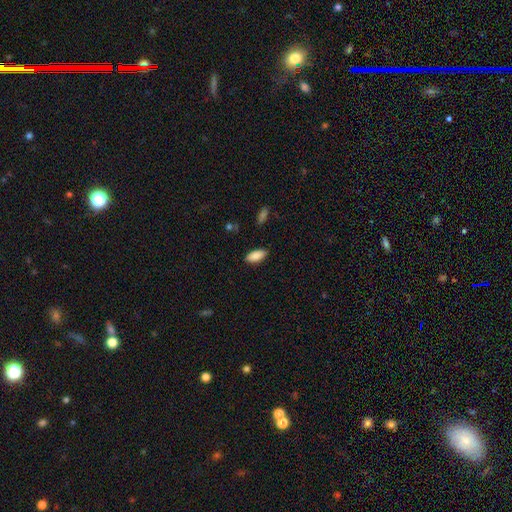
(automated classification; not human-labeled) smooth 88%, star or artifact 7%, featured or disk 5%. Down the decision tree: how rounded — in between (87%); merging — none (86%).